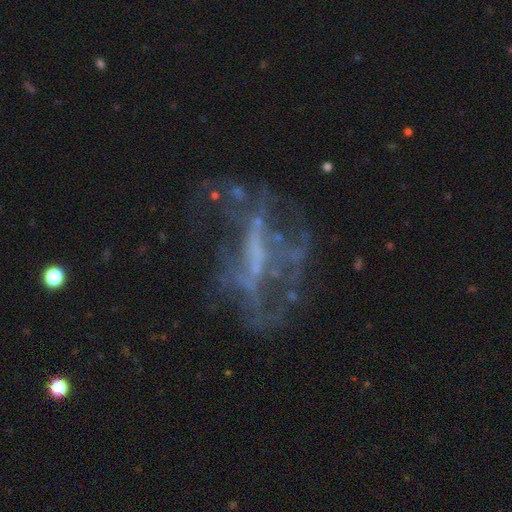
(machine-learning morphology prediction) Overall: featured or disk (68%). Edge-on disk: no (93%). Bar: no (53%; weak 27%). Spiral arms: no (72%). Bulge size: none (62%; small 23%). Merging: none (46%; major disturbance 34%).